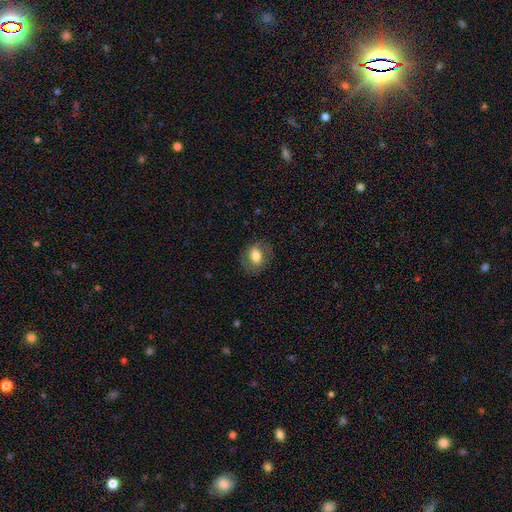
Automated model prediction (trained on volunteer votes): Smooth or featured?
  - smooth: 71% *
  - featured or disk: 21%
  - star or artifact: 8%
How rounded?
  - in between: 68% *
  - round: 31%
  - cigar-shaped: 1%
Merging?
  - none: 79% *
  - minor disturbance: 14%
  - major disturbance: 7%
  - merger: 1%